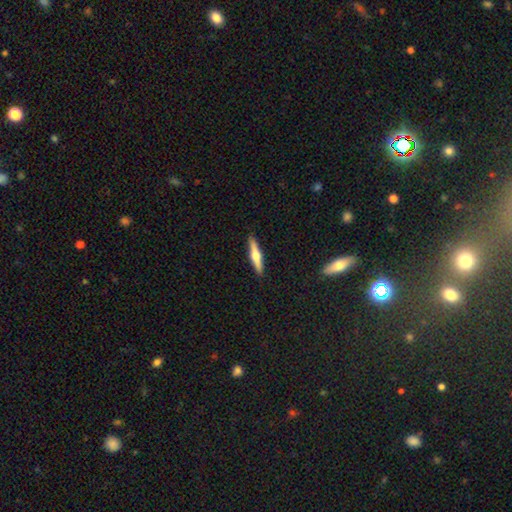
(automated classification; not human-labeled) Smooth or featured? Predicted: featured or disk (p=0.57). Edge-on disk? Predicted: yes (p=0.97). Edge-on bulge? Predicted: rounded (p=0.93). Merging? Predicted: none (p=0.91).